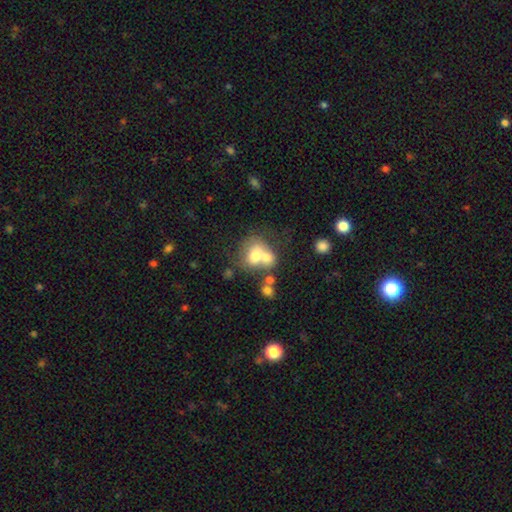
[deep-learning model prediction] Overall: smooth (65%). How rounded: in between (50%; round 49%). Merging: merger (60%; none 22%).